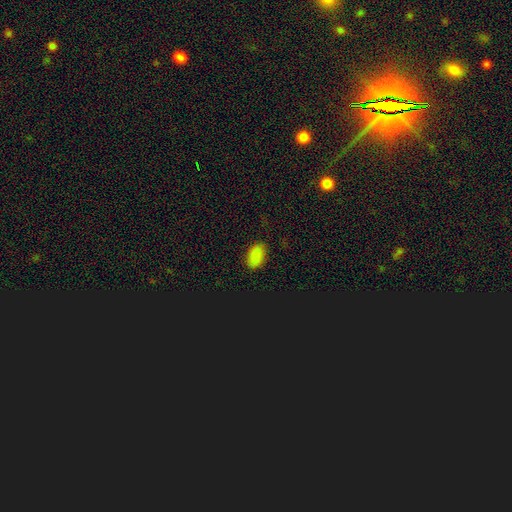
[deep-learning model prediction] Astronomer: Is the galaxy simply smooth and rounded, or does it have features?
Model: smooth — 81%.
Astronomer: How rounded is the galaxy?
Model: in between — 91%.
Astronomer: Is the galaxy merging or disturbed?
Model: none — 82%.